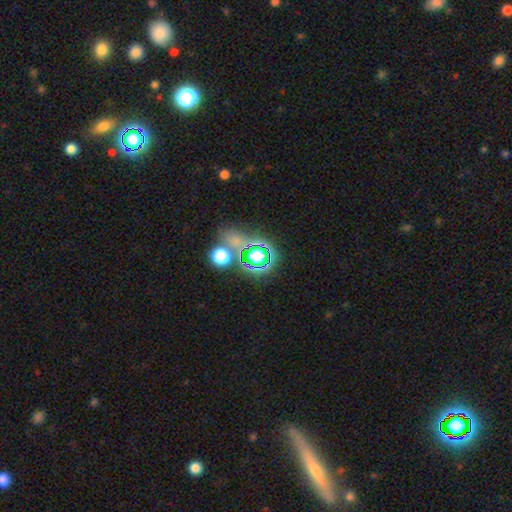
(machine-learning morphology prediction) This is possibly a star or artifact rather than a galaxy (51%).